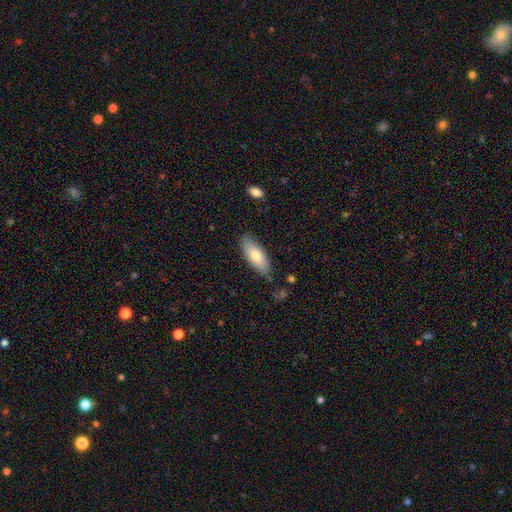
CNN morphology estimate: type=smooth (75%); roundness=in between (76%); merging=none (82%).